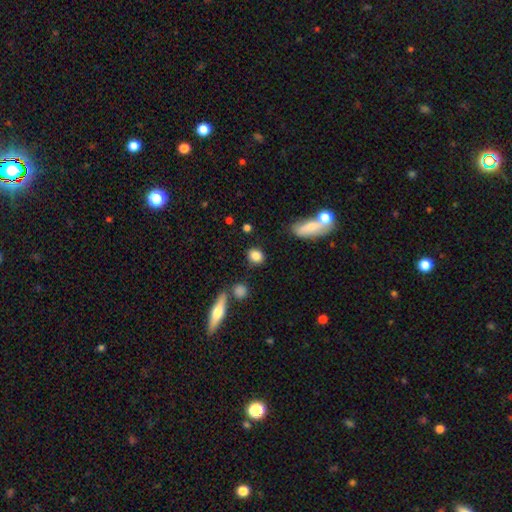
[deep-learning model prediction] This appears to be a smooth galaxy with no disk features (84%) that is in between round and cigar-shaped (53%). Merging: none (78%).